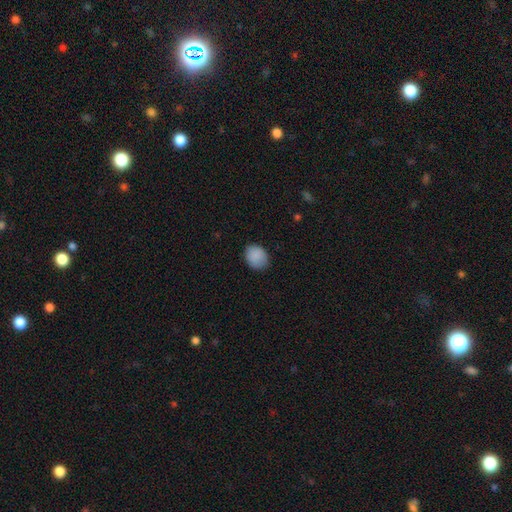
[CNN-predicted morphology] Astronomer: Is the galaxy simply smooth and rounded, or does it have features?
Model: smooth — 88%.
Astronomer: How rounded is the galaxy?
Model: round — 51% (runner-up: in between, 48%).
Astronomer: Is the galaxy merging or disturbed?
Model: none — 82%.